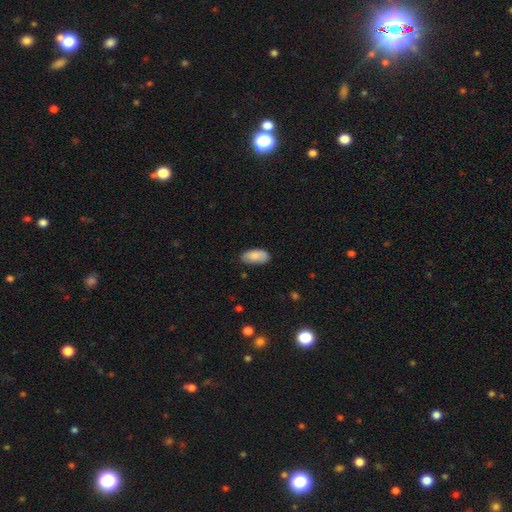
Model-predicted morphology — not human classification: Smooth or featured? Predicted: smooth (p=0.82). How rounded? Predicted: in between (p=0.93). Merging? Predicted: none (p=0.77).